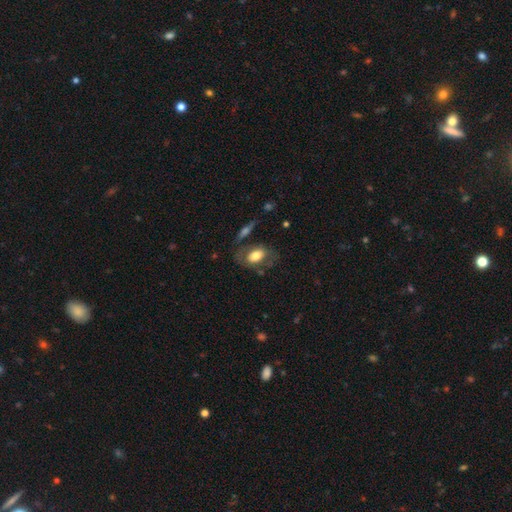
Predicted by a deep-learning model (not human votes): smooth-or-featured: smooth: 63% | featured or disk: 30% | star or artifact: 7%
  how-rounded: in between: 87% | round: 11% | cigar-shaped: 2%
  merging: none: 60% | minor disturbance: 19% | major disturbance: 12% | merger: 9%